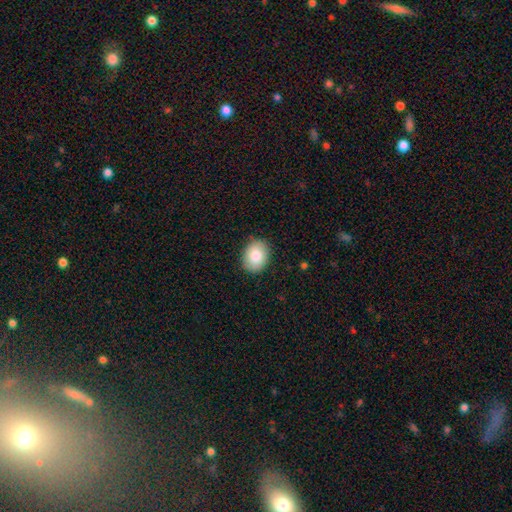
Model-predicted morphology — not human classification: type=smooth (85%); roundness=in between (62%); merging=none (87%).